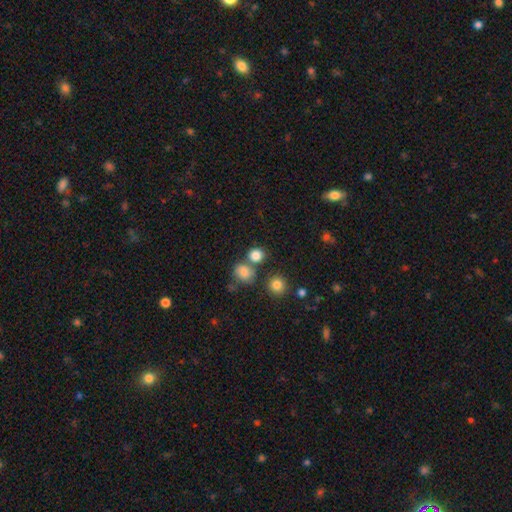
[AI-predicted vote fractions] A smooth galaxy with no disk features (82%) that is round (81%). Merging: none (62%).